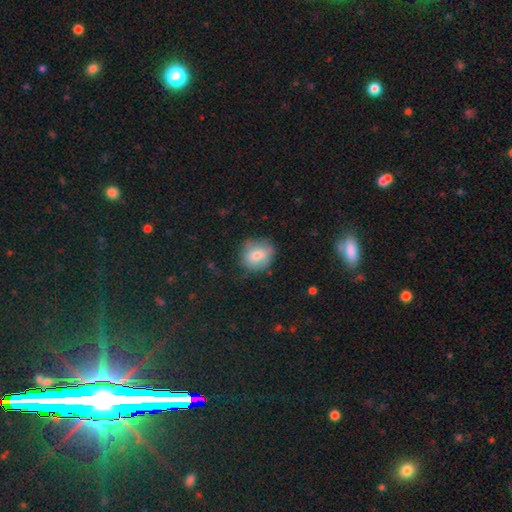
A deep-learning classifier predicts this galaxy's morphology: Smooth or featured: smooth — 74% (featured or disk — 17%)
How rounded: round — 76% (in between — 23%)
Merging: none — 69% (minor disturbance — 22%)